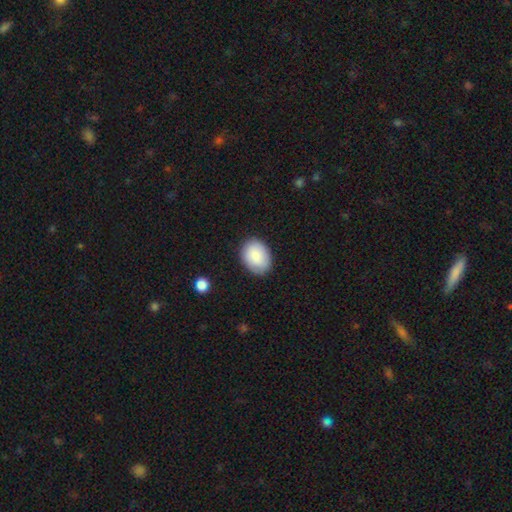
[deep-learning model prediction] Smooth or featured? Predicted: smooth (p=0.86). How rounded? Predicted: in between (p=0.72). Merging? Predicted: none (p=0.84).